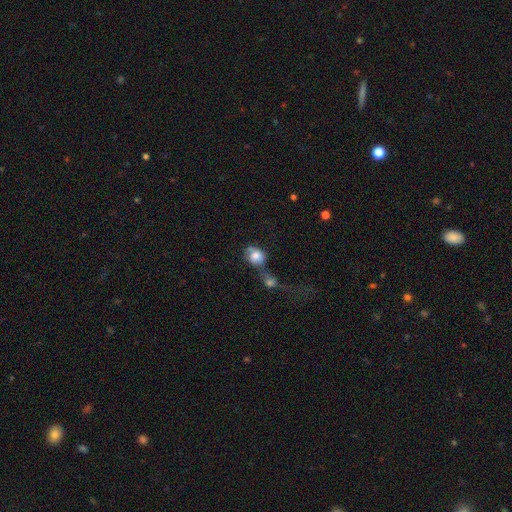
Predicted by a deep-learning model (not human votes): Q: Smooth or featured?
A: smooth (73%); runner-up: featured or disk (18%)
Q: How rounded?
A: round (61%); runner-up: in between (38%)
Q: Merging?
A: merger (58%); runner-up: none (19%)